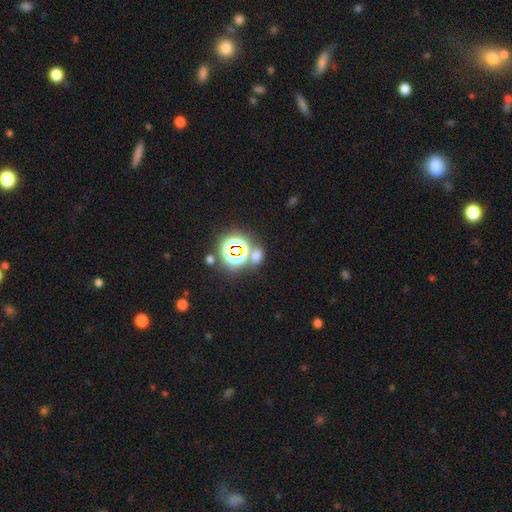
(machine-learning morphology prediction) A smooth galaxy with no disk features (48%). Merging: none (65%).